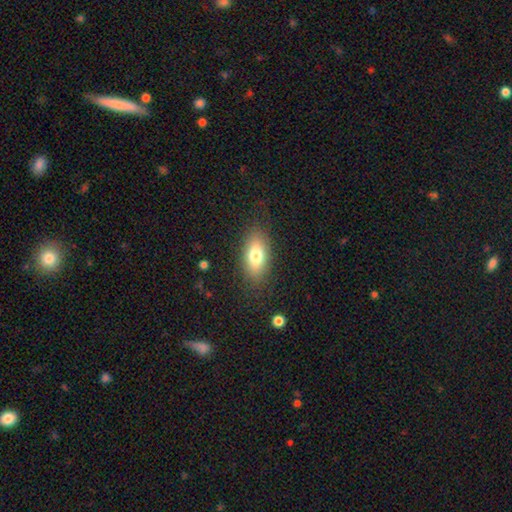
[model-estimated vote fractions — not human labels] Morphology: type=smooth (76%); roundness=in between (87%); merging=none (83%).